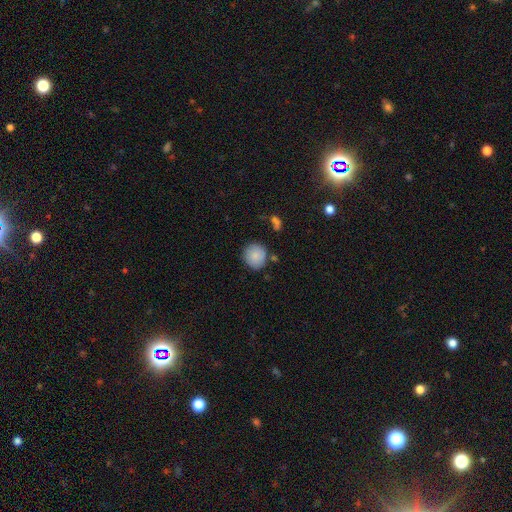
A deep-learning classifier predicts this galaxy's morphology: The model was most divided on "merging": none: 79%, minor disturbance: 14%, merger: 5%, major disturbance: 3%. More confident: how rounded — round (87%); smooth or featured — smooth (86%).